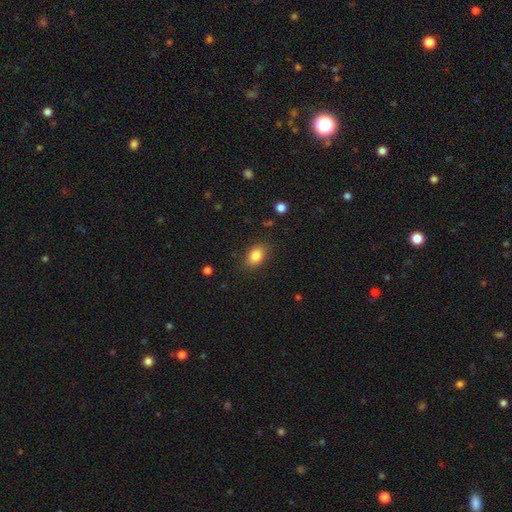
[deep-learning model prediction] Smooth or featured?
  - smooth: 84% *
  - star or artifact: 9%
  - featured or disk: 7%
How rounded?
  - in between: 77% *
  - round: 22%
  - cigar-shaped: 1%
Merging?
  - none: 83% *
  - minor disturbance: 12%
  - major disturbance: 3%
  - merger: 1%